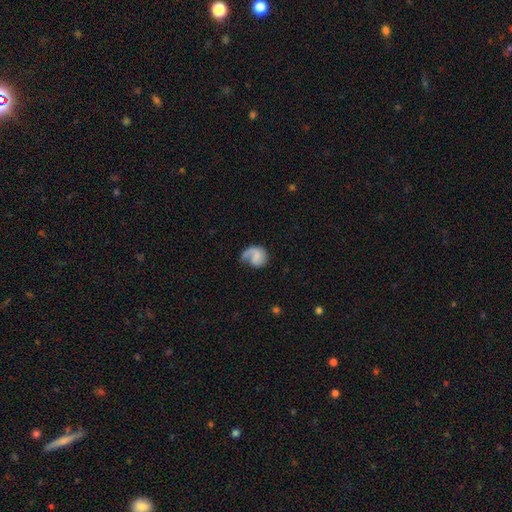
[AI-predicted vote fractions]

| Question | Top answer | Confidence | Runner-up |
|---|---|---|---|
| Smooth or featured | featured or disk | 57% | smooth (36%) |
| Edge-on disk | no | 98% | yes (2%) |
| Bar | no | 59% | weak (34%) |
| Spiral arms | yes | 88% | no (12%) |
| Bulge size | none | 43% | small (34%) |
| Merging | none | 42% | major disturbance (31%) |